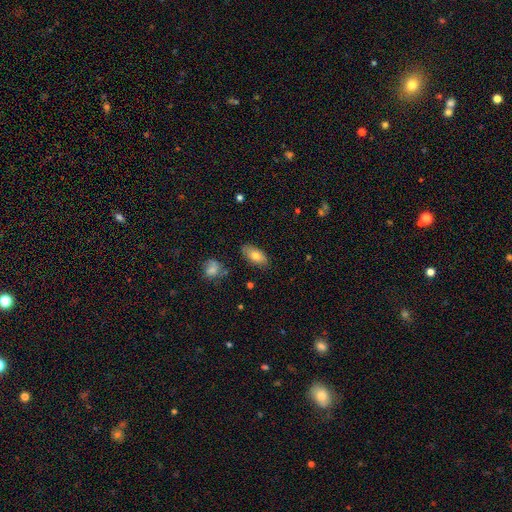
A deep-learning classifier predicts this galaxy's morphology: Overall: smooth (75%). How rounded: in between (90%). Merging: none (82%).